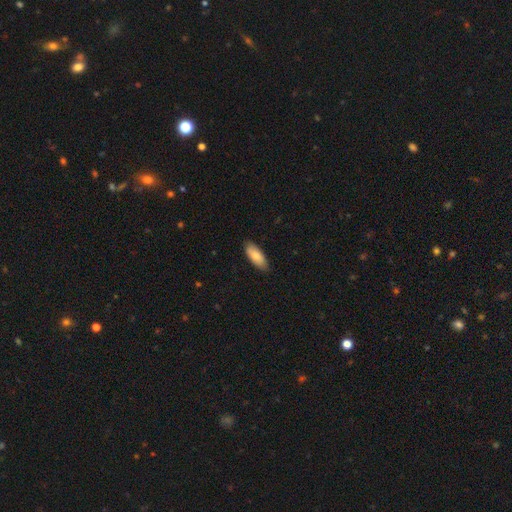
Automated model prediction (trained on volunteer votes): A smooth galaxy with no disk features (81%) that is in between round and cigar-shaped (77%). Merging: none (86%).